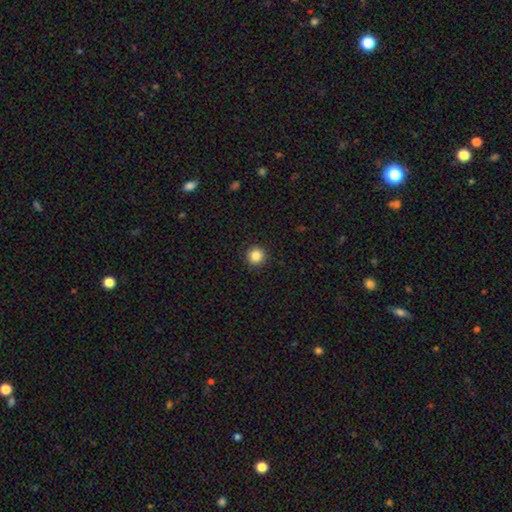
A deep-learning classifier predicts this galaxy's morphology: This is clearly a smooth galaxy (86%). How rounded: clearly round (95%). Merging: clearly none (92%).